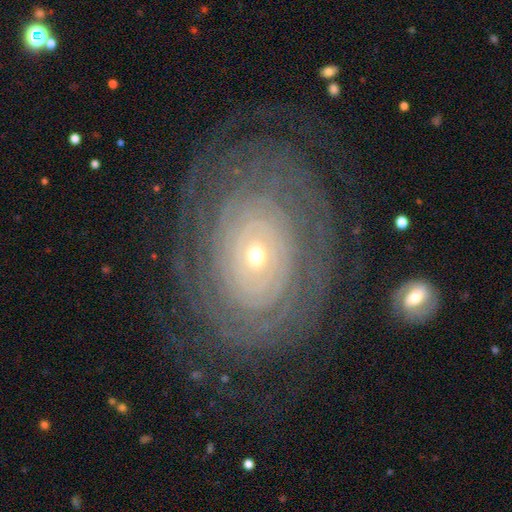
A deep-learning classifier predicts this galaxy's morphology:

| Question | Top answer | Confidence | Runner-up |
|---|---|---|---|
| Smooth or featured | featured or disk | 82% | smooth (11%) |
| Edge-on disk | no | 96% | yes (4%) |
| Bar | no | 84% | weak (11%) |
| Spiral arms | yes | 87% | no (13%) |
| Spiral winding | tight | 85% | medium (10%) |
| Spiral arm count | can't tell | 47% | more than 4 (15%) |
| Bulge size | small | 71% | moderate (24%) |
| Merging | none | 77% | minor disturbance (13%) |